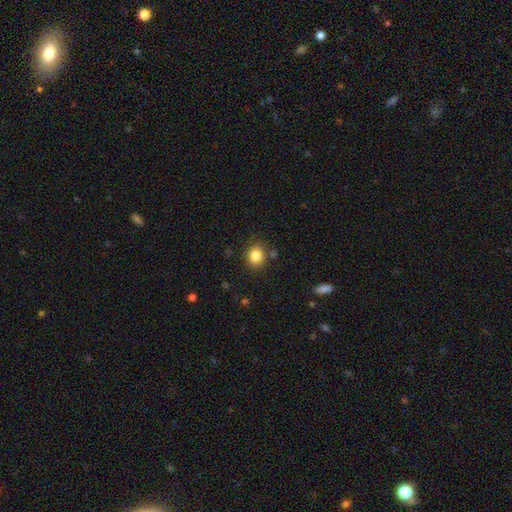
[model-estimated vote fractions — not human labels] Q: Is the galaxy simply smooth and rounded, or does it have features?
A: smooth — 84%.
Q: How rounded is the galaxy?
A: round — 75%.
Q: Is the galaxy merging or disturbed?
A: none — 83%.